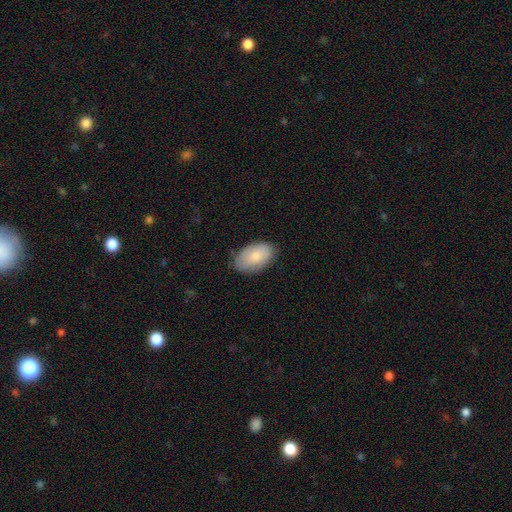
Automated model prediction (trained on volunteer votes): Overall: smooth (79%). How rounded: in between (94%). Merging: none (77%).